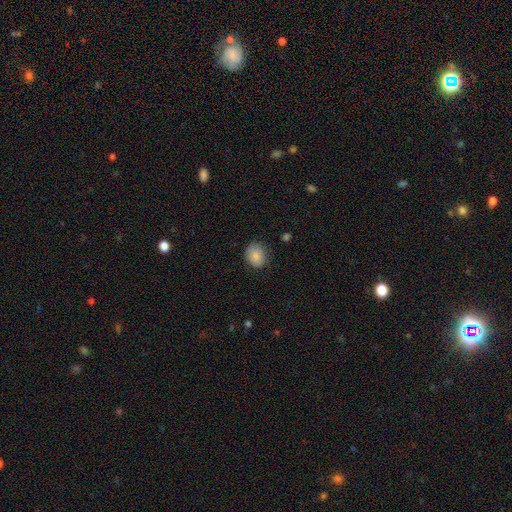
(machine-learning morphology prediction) smooth_or_featured: smooth (p=0.87) [alt: star or artifact p=0.08]
how_rounded: in between (p=0.50) [alt: round p=0.49]
merging: none (p=0.78) [alt: minor disturbance p=0.17]